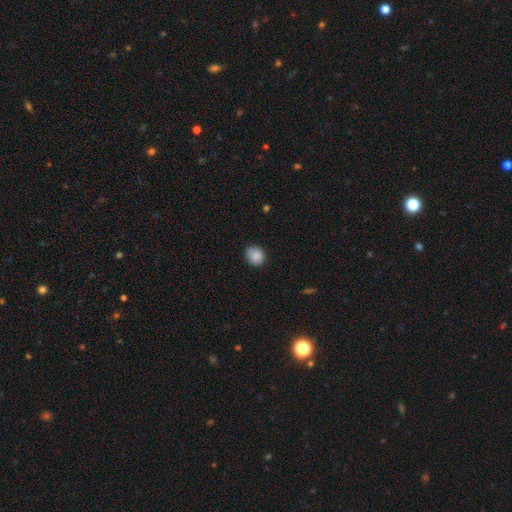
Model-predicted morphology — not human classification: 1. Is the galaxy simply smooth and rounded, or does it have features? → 87% smooth, 8% star or artifact, 5% featured or disk.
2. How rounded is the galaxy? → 81% round, 18% in between, 1% cigar-shaped.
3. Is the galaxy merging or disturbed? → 80% none, 16% minor disturbance, 3% major disturbance, 1% merger.